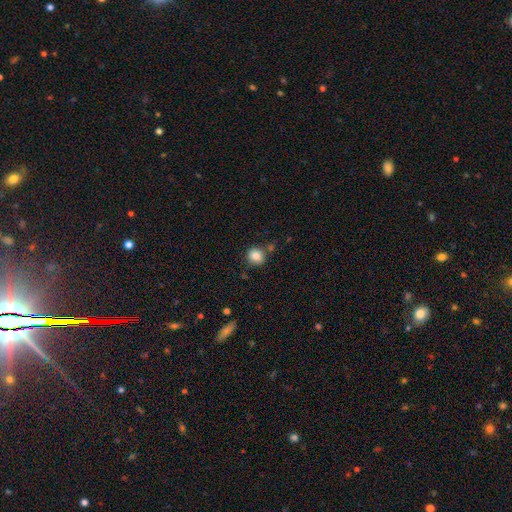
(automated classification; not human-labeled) Morphology: type=smooth (85%); roundness=round (81%); merging=none (77%).